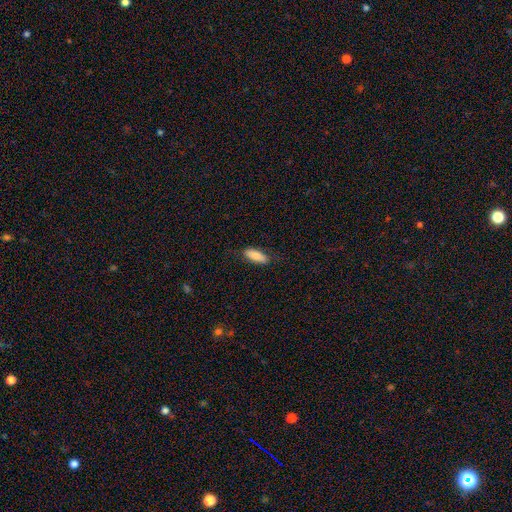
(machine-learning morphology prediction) Overall: smooth (81%). How rounded: in between (70%). Merging: none (79%).